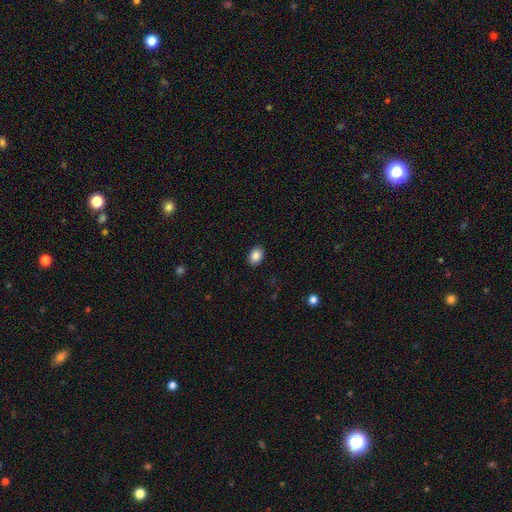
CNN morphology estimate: A smooth galaxy with no disk features (87%) that is in between round and cigar-shaped (77%). Merging: none (90%).